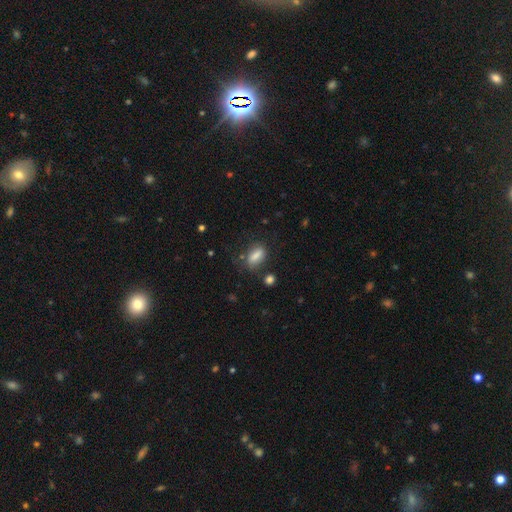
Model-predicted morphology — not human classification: Smooth or featured? smooth (80%)
How rounded? in between (74%)
Merging? none (71%)